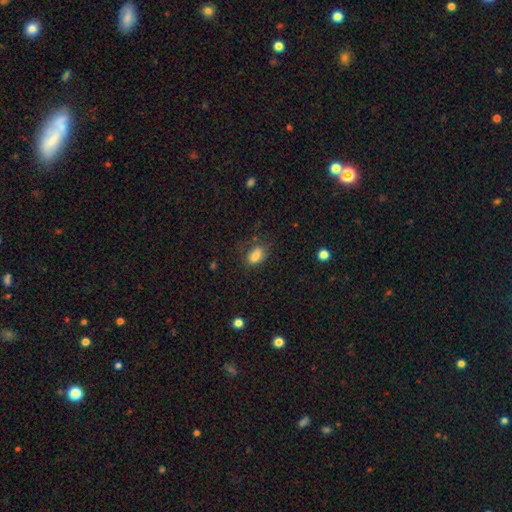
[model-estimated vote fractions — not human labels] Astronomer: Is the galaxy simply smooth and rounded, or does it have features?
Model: smooth — 79%.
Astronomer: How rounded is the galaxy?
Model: in between — 83%.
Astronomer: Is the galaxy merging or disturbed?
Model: none — 64%.